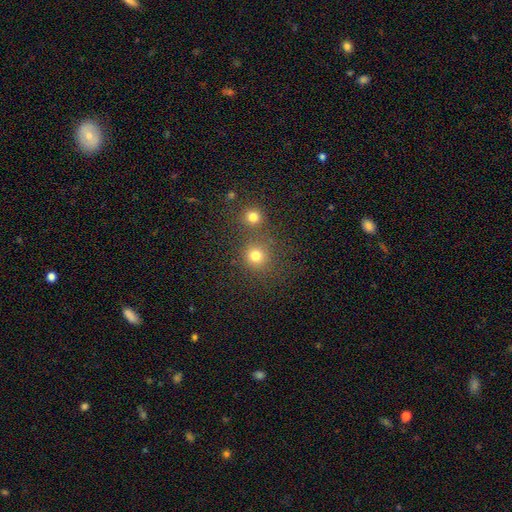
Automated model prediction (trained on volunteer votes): A smooth galaxy with no disk features (77%) that is round (90%).

Vote fractions:
- Smooth or featured? smooth: 77% / star or artifact: 17% / featured or disk: 6%
- How rounded? round: 90% / in between: 9% / cigar-shaped: 1%
- Merging? none: 69% / merger: 21% / minor disturbance: 7% / major disturbance: 4%